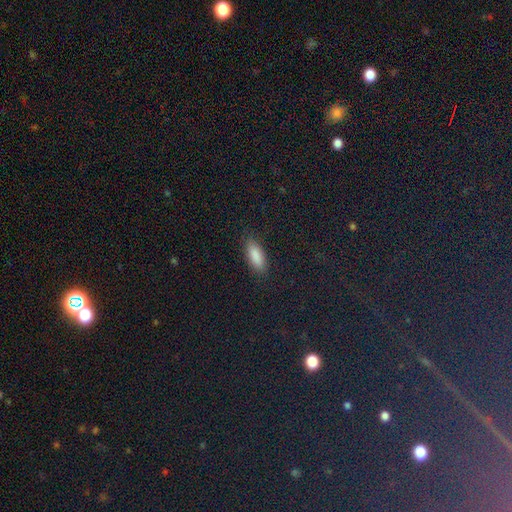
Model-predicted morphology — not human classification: Smooth or featured? smooth (87%)
How rounded? in between (73%)
Merging? none (86%)